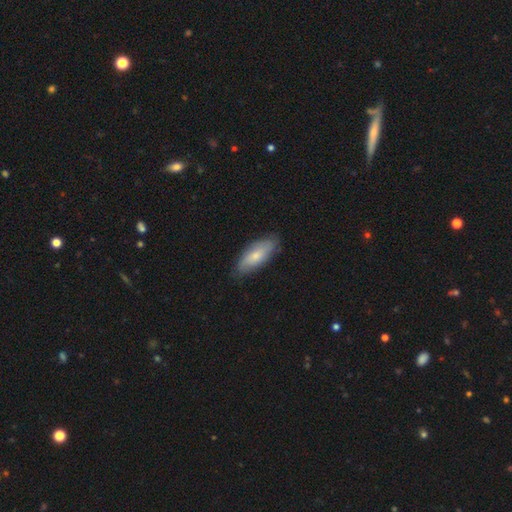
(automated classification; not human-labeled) Overall: smooth (69%). How rounded: in between (74%). Merging: none (79%).